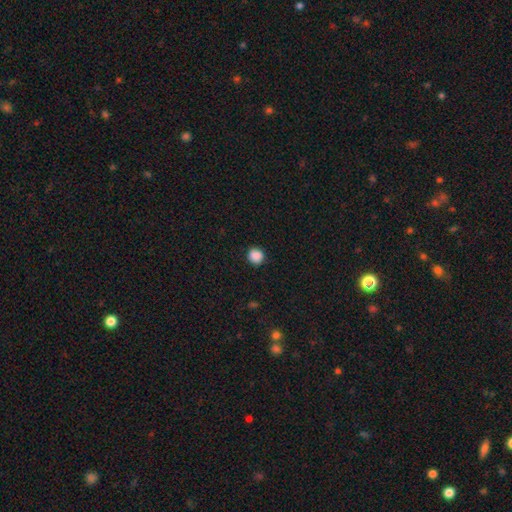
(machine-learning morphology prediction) A smooth galaxy with no disk features (88%) that is round (88%).

Vote fractions:
- Smooth or featured? smooth: 88% / star or artifact: 10% / featured or disk: 3%
- How rounded? round: 88% / in between: 11% / cigar-shaped: 1%
- Merging? none: 89% / minor disturbance: 7% / major disturbance: 2% / merger: 1%